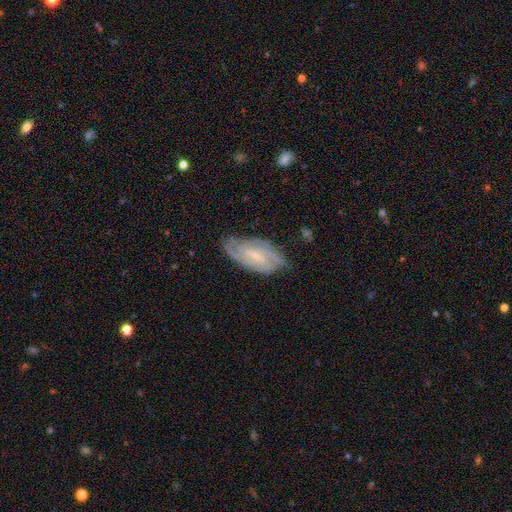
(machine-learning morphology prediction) Q: Smooth or featured?
A: featured or disk (80%); runner-up: smooth (14%)
Q: Edge-on disk?
A: no (95%); runner-up: yes (5%)
Q: Bar?
A: weak (53%); runner-up: no (25%)
Q: Spiral arms?
A: yes (94%); runner-up: no (6%)
Q: Spiral winding?
A: tight (58%); runner-up: medium (34%)
Q: Spiral arm count?
A: 2 (47%); runner-up: can't tell (25%)
Q: Bulge size?
A: small (63%); runner-up: moderate (23%)
Q: Merging?
A: none (74%); runner-up: minor disturbance (19%)